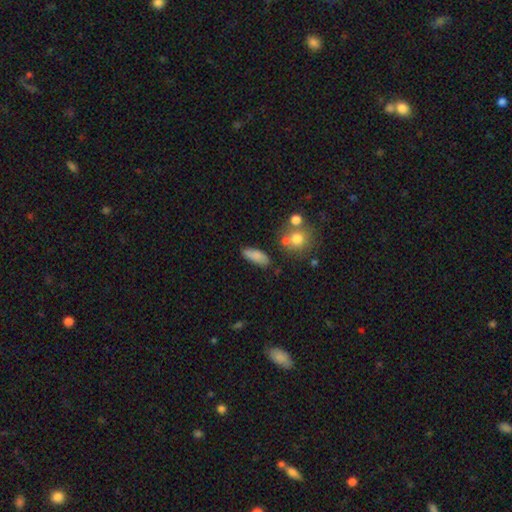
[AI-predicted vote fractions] smooth-or-featured: smooth: 82% | featured or disk: 10% | star or artifact: 8%
  how-rounded: in between: 66% | cigar-shaped: 31% | round: 3%
  merging: none: 75% | minor disturbance: 15% | merger: 5% | major disturbance: 4%